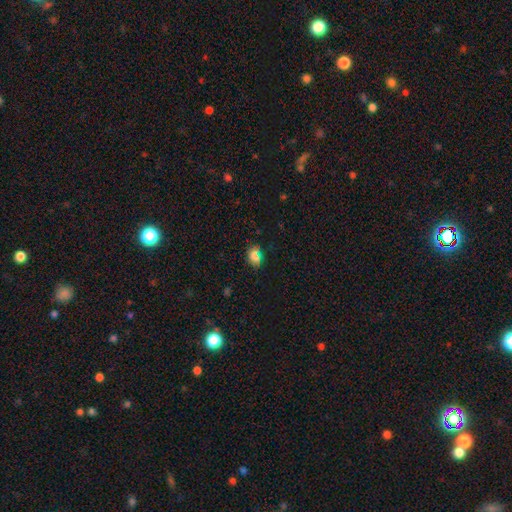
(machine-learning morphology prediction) A smooth galaxy with no disk features (68%) that is round (50%).

Vote fractions:
- Smooth or featured? smooth: 68% / star or artifact: 24% / featured or disk: 8%
- How rounded? round: 50% / in between: 48% / cigar-shaped: 3%
- Merging? none: 81% / minor disturbance: 13% / major disturbance: 4% / merger: 3%